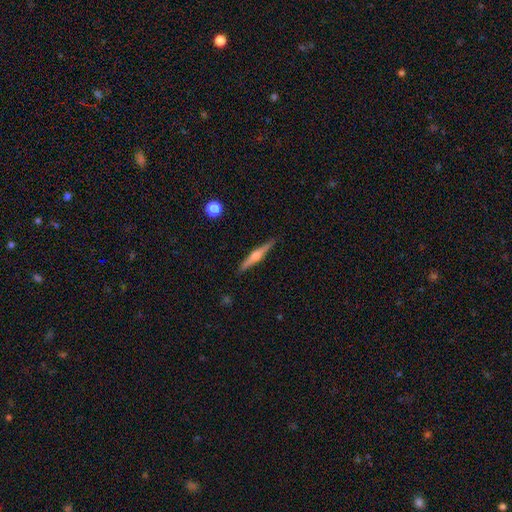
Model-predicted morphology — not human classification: This appears to be a featured or disk galaxy (71%) viewed edge-on (98%) with a rounded central bulge (89%). Merging: none (91%).